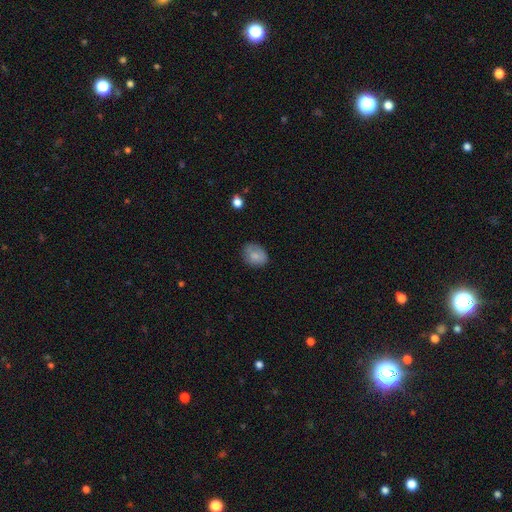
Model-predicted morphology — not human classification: Smooth or featured? smooth (80%)
How rounded? in between (56%)
Merging? none (73%)